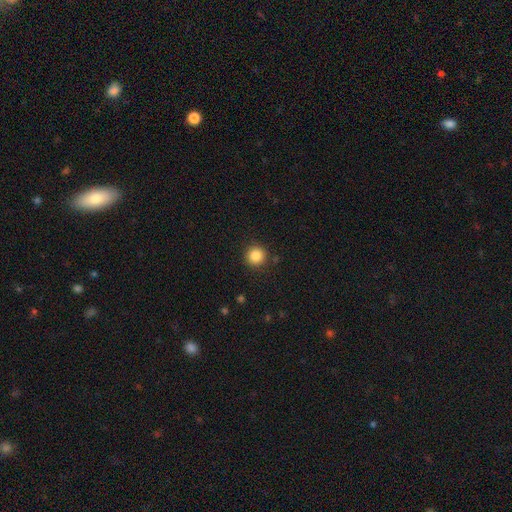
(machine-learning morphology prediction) A smooth galaxy with no disk features (86%) that is round (95%).

Vote fractions:
- Smooth or featured? smooth: 86% / star or artifact: 10% / featured or disk: 4%
- How rounded? round: 95% / in between: 5% / cigar-shaped: 1%
- Merging? none: 90% / minor disturbance: 6% / major disturbance: 2% / merger: 1%